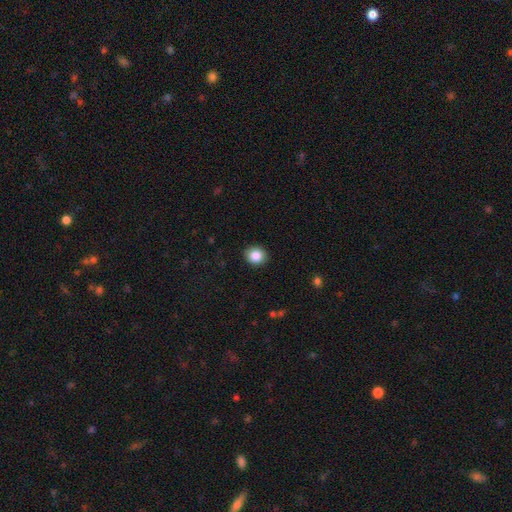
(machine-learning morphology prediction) smooth_or_featured: smooth (p=0.86) [alt: star or artifact p=0.09]
how_rounded: round (p=0.80) [alt: in between p=0.20]
merging: none (p=0.90) [alt: minor disturbance p=0.07]